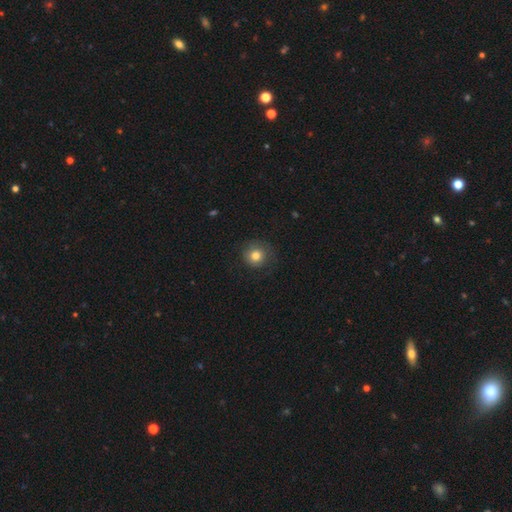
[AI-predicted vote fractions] Smooth or featured? Predicted: smooth (p=0.79). How rounded? Predicted: round (p=0.92). Merging? Predicted: none (p=0.78).